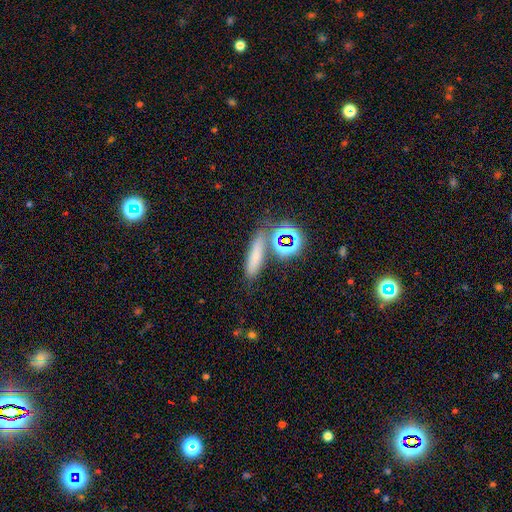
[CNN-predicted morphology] A smooth galaxy with no disk features (65%) that is cigar-shaped (66%). Merging: none (71%).